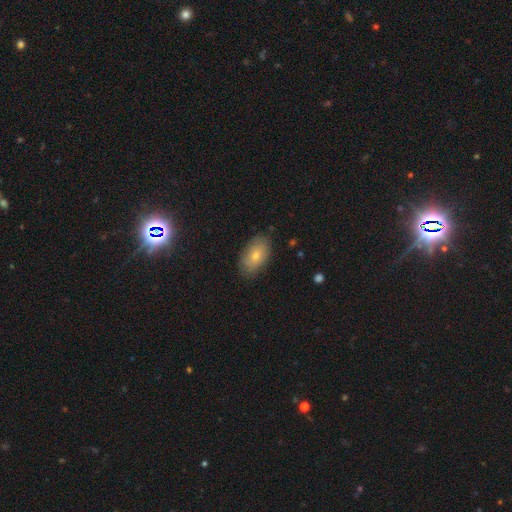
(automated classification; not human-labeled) smooth 74%, featured or disk 19%, star or artifact 7%. Down the decision tree: how rounded — in between (92%); merging — none (82%).